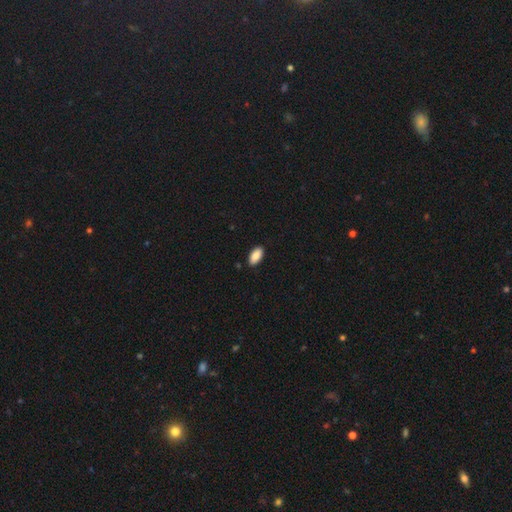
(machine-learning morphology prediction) Smooth or featured? Predicted: smooth (p=0.90). How rounded? Predicted: in between (p=0.93). Merging? Predicted: none (p=0.89).